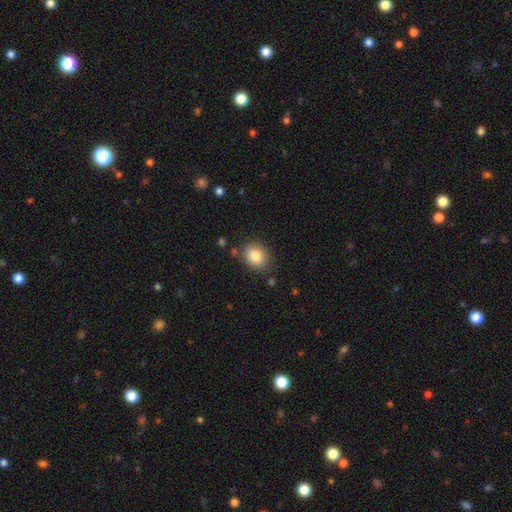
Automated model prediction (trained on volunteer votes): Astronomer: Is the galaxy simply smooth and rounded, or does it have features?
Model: smooth — 83%.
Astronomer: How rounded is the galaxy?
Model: in between — 51% (runner-up: round, 48%).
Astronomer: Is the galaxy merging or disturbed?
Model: none — 83%.